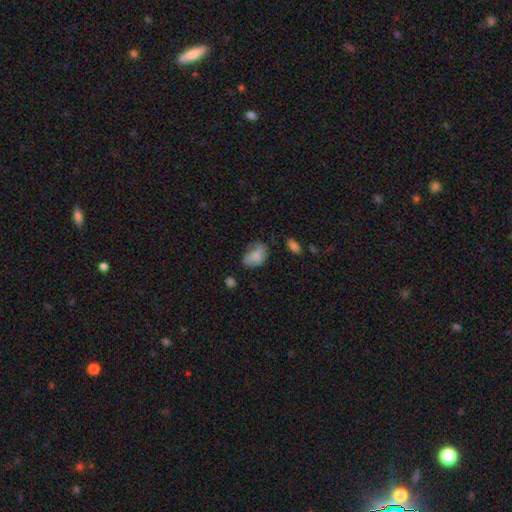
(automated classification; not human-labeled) Morphology: type=smooth (75%); roundness=in between (80%); merging=none (41%).